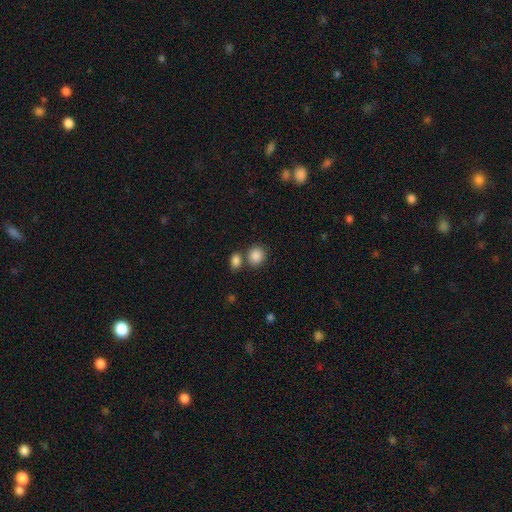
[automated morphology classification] A smooth galaxy with no disk features (87%) that is round (74%).

Vote fractions:
- Smooth or featured? smooth: 87% / star or artifact: 9% / featured or disk: 5%
- How rounded? round: 74% / in between: 25% / cigar-shaped: 1%
- Merging? none: 62% / merger: 25% / minor disturbance: 10% / major disturbance: 3%